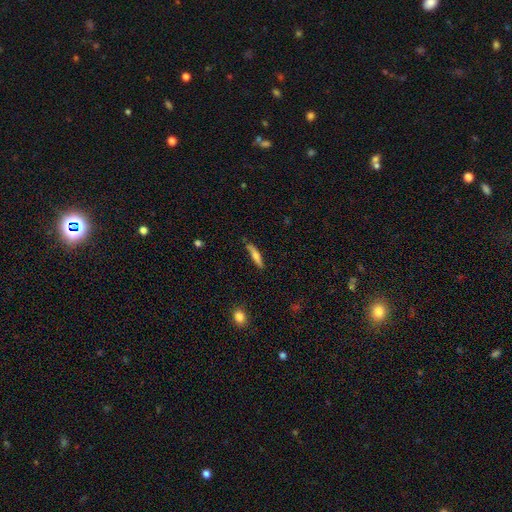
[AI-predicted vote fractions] This appears to be a smooth galaxy with no disk features (63%) that is cigar-shaped (84%). Merging: none (77%).